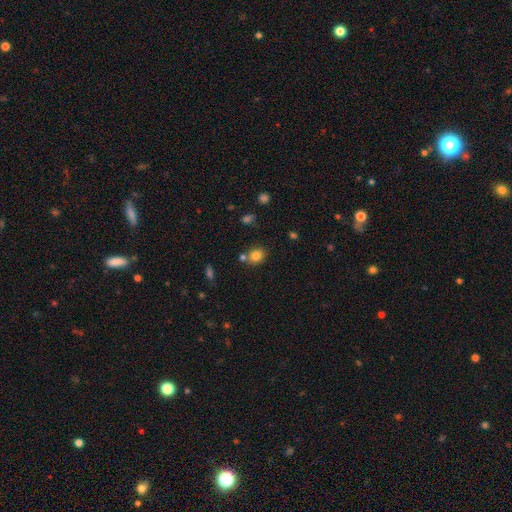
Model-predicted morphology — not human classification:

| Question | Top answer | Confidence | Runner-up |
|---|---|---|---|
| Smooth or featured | smooth | 81% | star or artifact (12%) |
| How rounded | round | 69% | in between (30%) |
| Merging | none | 69% | merger (16%) |